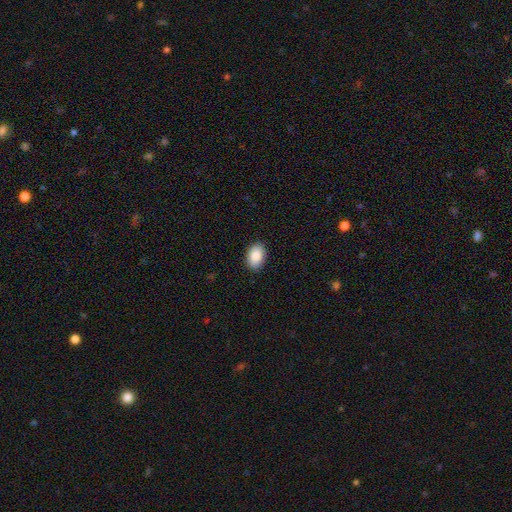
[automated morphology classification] Overall: smooth (88%). How rounded: in between (88%). Merging: none (89%).